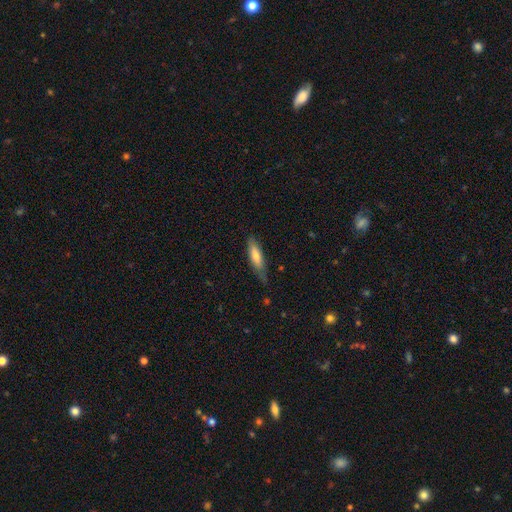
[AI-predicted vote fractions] Smooth or featured: smooth — 70% (featured or disk — 24%)
How rounded: cigar-shaped — 61% (in between — 38%)
Merging: none — 65% (minor disturbance — 28%)